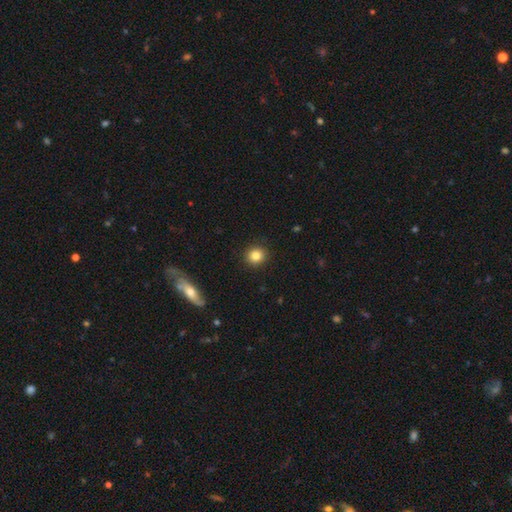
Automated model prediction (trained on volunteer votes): The model was most divided on "smooth or featured": smooth: 84%, star or artifact: 10%, featured or disk: 6%. More confident: merging — none (91%); how rounded — round (88%).